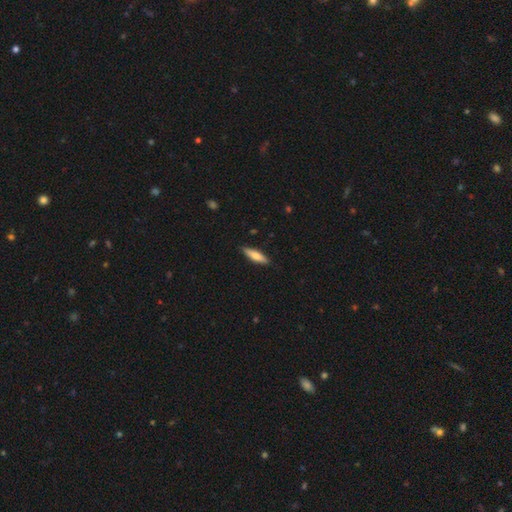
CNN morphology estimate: smooth 67%, featured or disk 27%, star or artifact 6%. Down the decision tree: how rounded — cigar-shaped (65%); merging — none (89%).